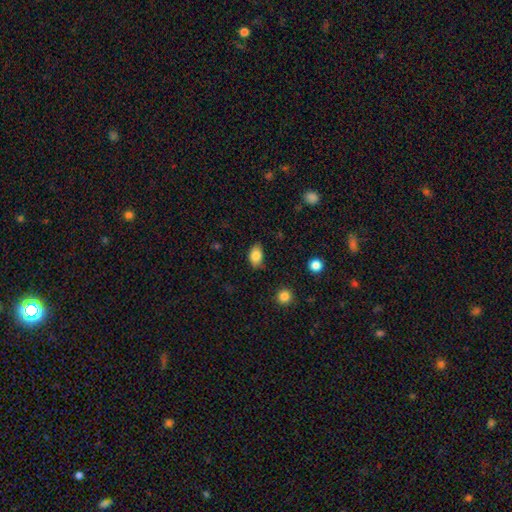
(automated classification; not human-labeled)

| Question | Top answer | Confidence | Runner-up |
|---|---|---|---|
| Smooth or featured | smooth | 84% | star or artifact (9%) |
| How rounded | in between | 85% | round (14%) |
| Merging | none | 77% | minor disturbance (18%) |